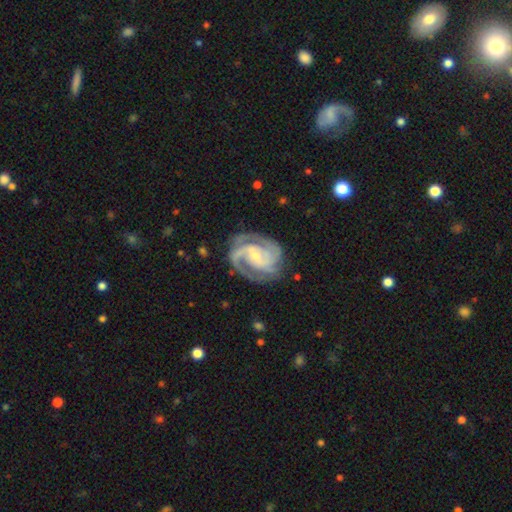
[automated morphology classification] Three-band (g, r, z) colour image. It shows a featured or disk galaxy (93%) with no bar (42%), 2 (54%) tight (54%) spiral arms (98%) and a small central bulge (59%). Merging: none (76%).